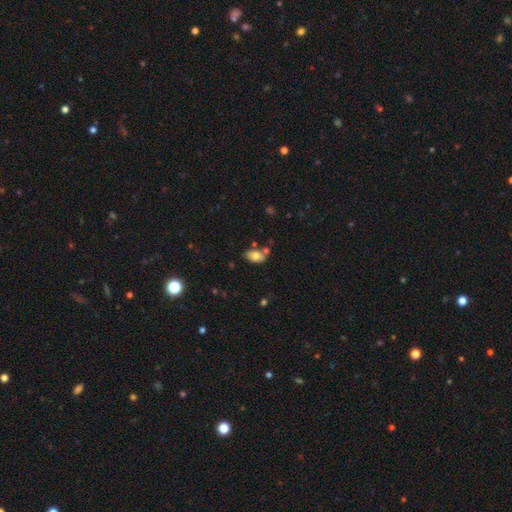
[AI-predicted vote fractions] Morphology: type=smooth (76%); roundness=in between (89%); merging=none (58%).